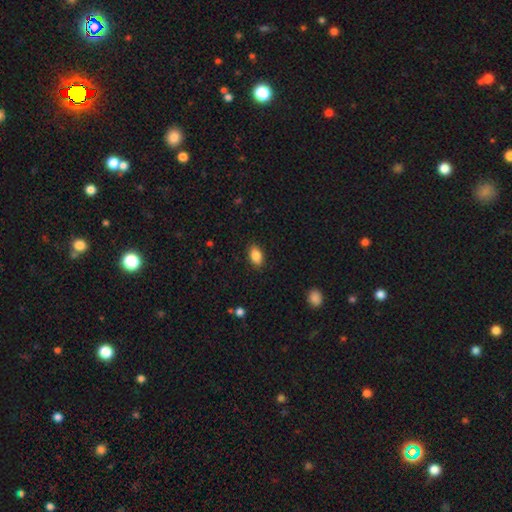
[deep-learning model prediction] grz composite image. It shows a smooth galaxy with no disk features (87%) that is in between round and cigar-shaped (90%). Merging: none (87%).